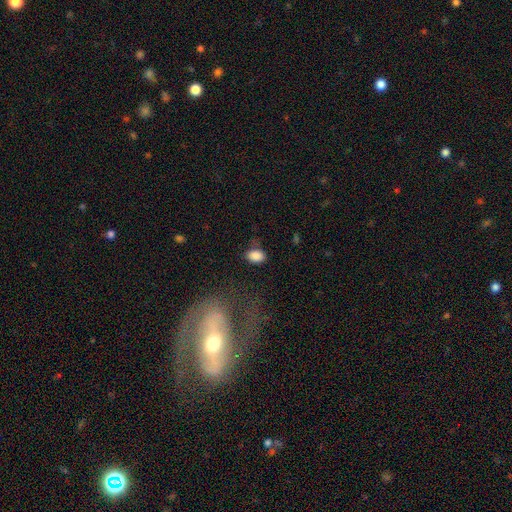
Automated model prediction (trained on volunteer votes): A smooth galaxy with no disk features (87%) that is in between round and cigar-shaped (85%).

Vote fractions:
- Smooth or featured? smooth: 87% / star or artifact: 8% / featured or disk: 5%
- How rounded? in between: 85% / round: 14% / cigar-shaped: 1%
- Merging? none: 72% / minor disturbance: 19% / major disturbance: 6% / merger: 3%